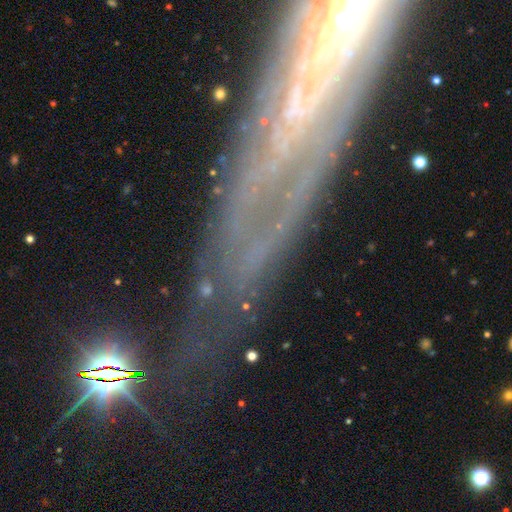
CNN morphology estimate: Smooth or featured? Predicted: featured or disk (p=0.60). Edge-on disk? Predicted: no (p=0.57). Merging? Predicted: none (p=0.72).